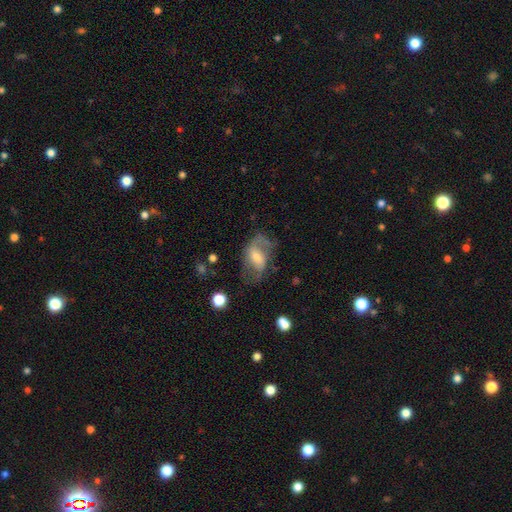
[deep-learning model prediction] Smooth or featured?
  - featured or disk: 67% *
  - smooth: 25%
  - star or artifact: 8%
Edge-on disk?
  - no: 95% *
  - yes: 5%
Bar?
  - weak: 46% *
  - no: 33%
  - strong: 21%
Spiral arms?
  - yes: 81% *
  - no: 19%
Spiral winding?
  - loose: 43% *
  - medium: 41%
  - tight: 16%
Spiral arm count?
  - 2: 73% *
  - can't tell: 13%
  - 1: 10%
  - 3: 2%
  - 4: 1%
  - more than 4: 1%
Bulge size?
  - moderate: 46% *
  - small: 42%
  - large: 6%
  - none: 4%
  - dominant: 1%
Merging?
  - none: 54% *
  - minor disturbance: 23%
  - major disturbance: 21%
  - merger: 2%